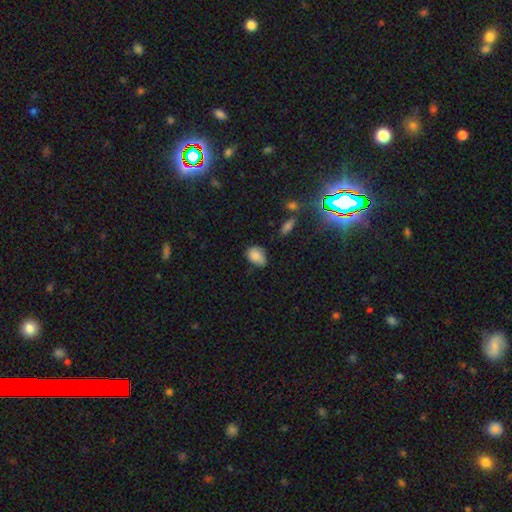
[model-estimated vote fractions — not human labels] The model was most divided on "merging": none: 54%, minor disturbance: 36%, major disturbance: 7%, merger: 3%. More confident: smooth or featured — smooth (84%); how rounded — in between (79%).